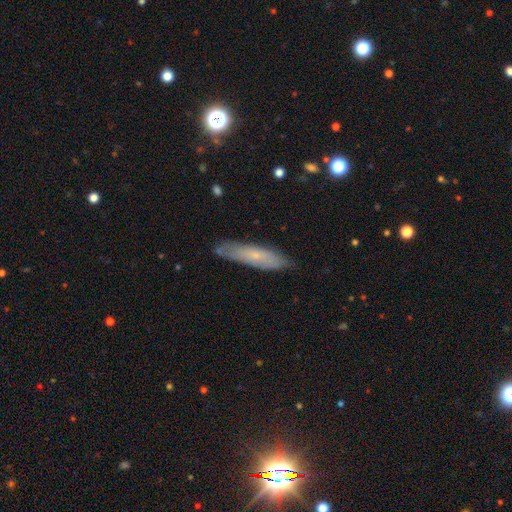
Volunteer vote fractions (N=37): smooth_or_featured: smooth (p=0.51) [alt: featured or disk p=0.43]
how_rounded: cigar-shaped (p=0.74) [alt: in between p=0.26]
merging: none (p=0.66) [alt: minor disturbance p=0.26]